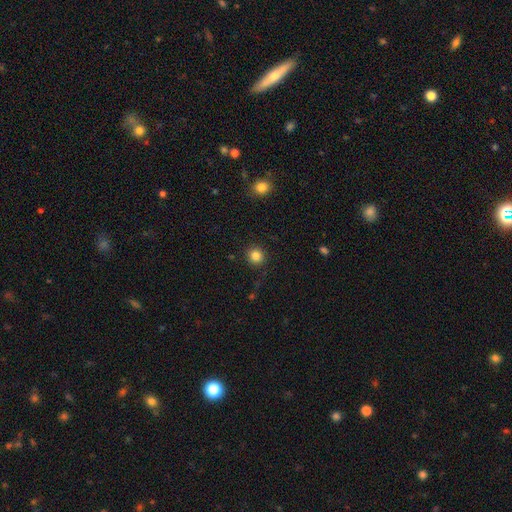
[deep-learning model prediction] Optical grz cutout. It shows a smooth galaxy with no disk features (84%) that is round (90%). Merging: none (91%).